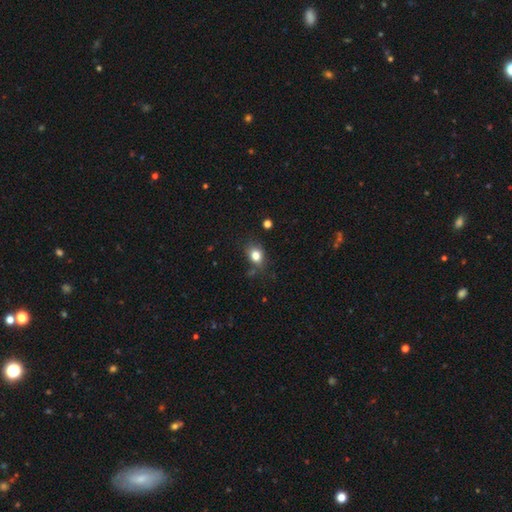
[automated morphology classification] smooth_or_featured: smooth (p=0.80) [alt: star or artifact p=0.11]
how_rounded: in between (p=0.54) [alt: round p=0.45]
merging: none (p=0.70) [alt: minor disturbance p=0.20]